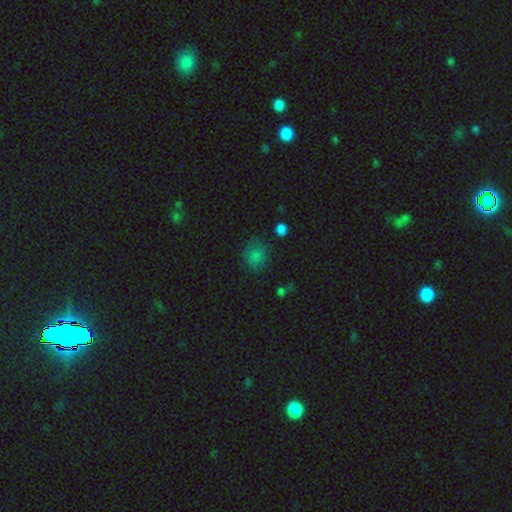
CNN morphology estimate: smooth 76%, star or artifact 16%, featured or disk 8%. Down the decision tree: how rounded — round (69%); merging — none (68%).